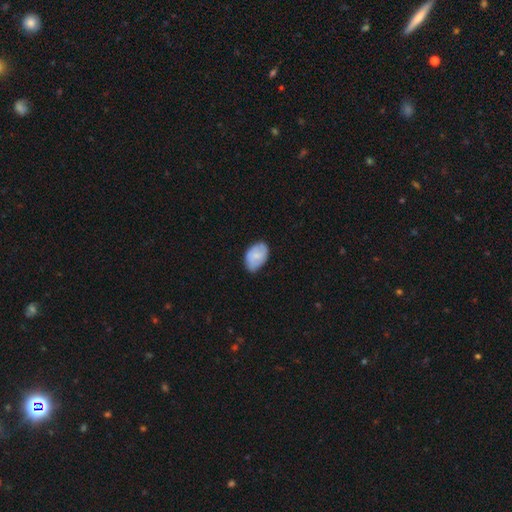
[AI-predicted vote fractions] This is likely a smooth galaxy (69%). How rounded: clearly in between (89%). Merging: likely none (66%).